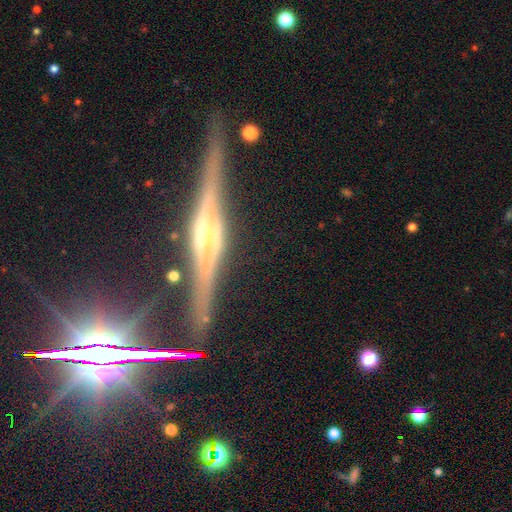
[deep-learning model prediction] Smooth or featured?
  - featured or disk: 82% *
  - star or artifact: 11%
  - smooth: 7%
Edge-on disk?
  - yes: 97% *
  - no: 3%
Edge-on bulge?
  - rounded: 72% *
  - boxy: 20%
  - none: 8%
Merging?
  - none: 85% *
  - minor disturbance: 10%
  - major disturbance: 3%
  - merger: 2%